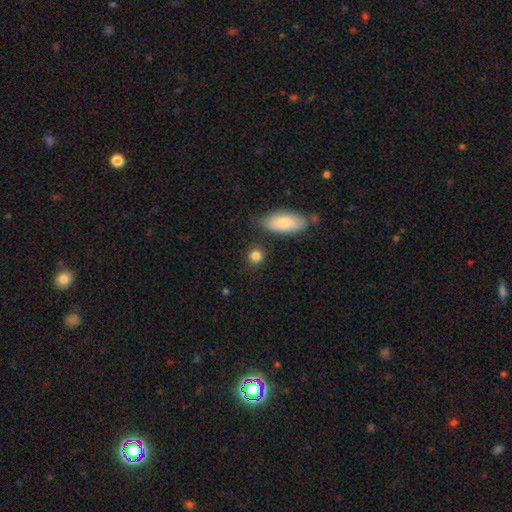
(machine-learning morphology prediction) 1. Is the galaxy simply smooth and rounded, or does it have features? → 84% smooth, 9% star or artifact, 7% featured or disk.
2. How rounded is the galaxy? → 79% round, 19% in between, 2% cigar-shaped.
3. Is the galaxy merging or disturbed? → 82% none, 10% minor disturbance, 6% merger, 3% major disturbance.